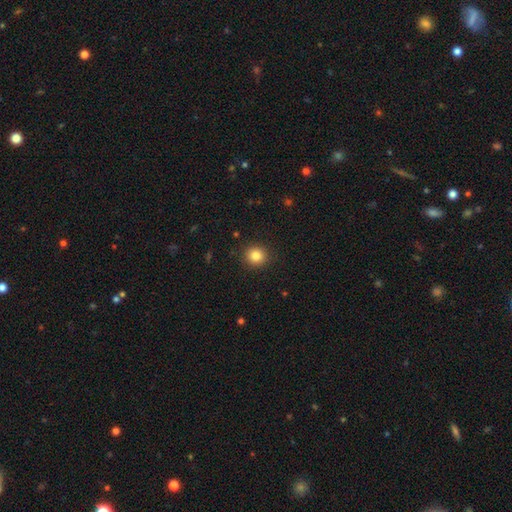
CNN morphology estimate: A smooth galaxy with no disk features (84%) that is round (90%). Merging: none (91%).